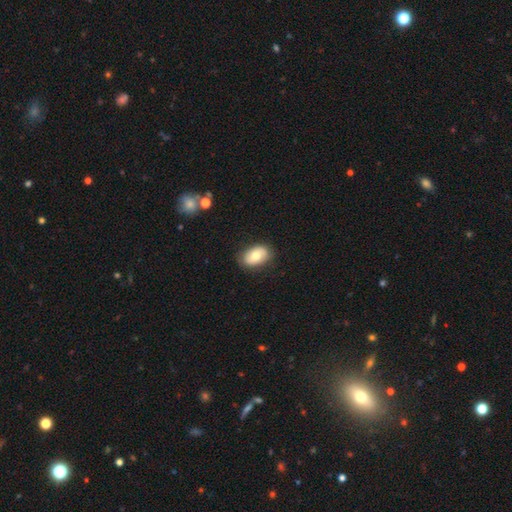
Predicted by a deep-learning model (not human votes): Smooth or featured? smooth (73%)
How rounded? in between (90%)
Merging? none (83%)